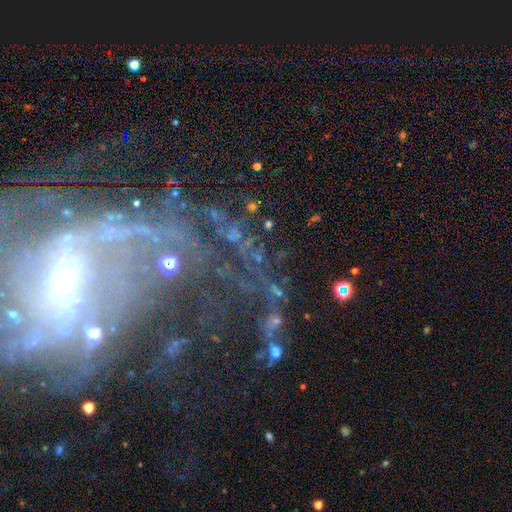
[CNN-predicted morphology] smooth_or_featured: star or artifact (p=0.54) [alt: featured or disk p=0.29]